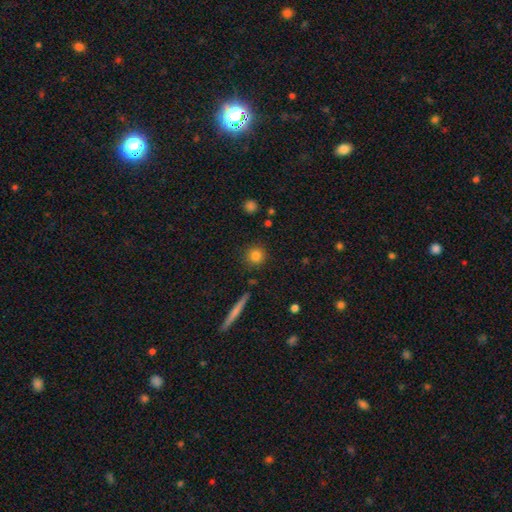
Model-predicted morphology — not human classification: smooth-or-featured: smooth: 81% | star or artifact: 11% | featured or disk: 8%
  how-rounded: round: 92% | in between: 6% | cigar-shaped: 2%
  merging: none: 88% | minor disturbance: 8% | merger: 3% | major disturbance: 2%